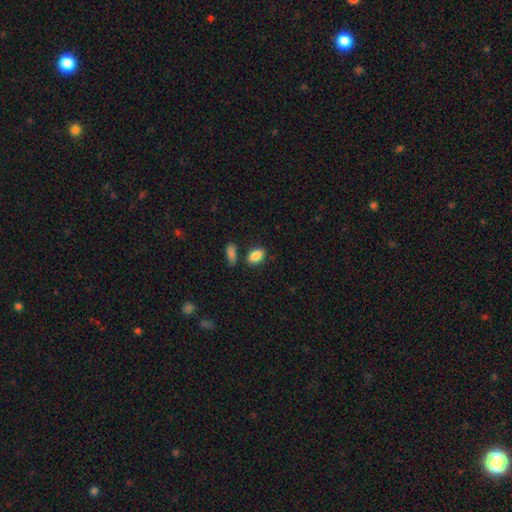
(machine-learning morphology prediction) smooth_or_featured: smooth (p=0.87) [alt: star or artifact p=0.07]
how_rounded: in between (p=0.88) [alt: round p=0.10]
merging: none (p=0.75) [alt: minor disturbance p=0.13]